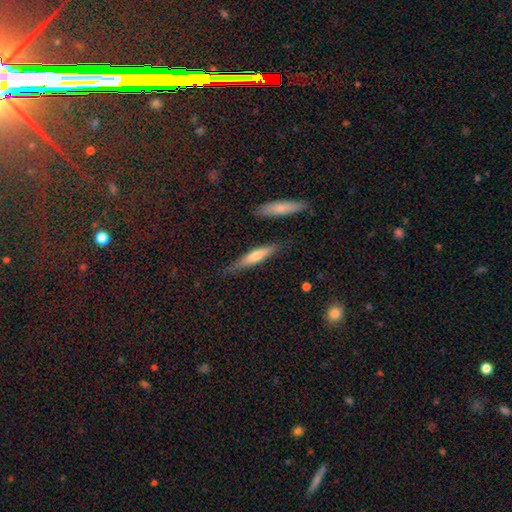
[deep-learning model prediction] smooth_or_featured: smooth (p=0.53) [alt: featured or disk p=0.40]
how_rounded: cigar-shaped (p=0.86) [alt: in between p=0.13]
merging: none (p=0.80) [alt: minor disturbance p=0.14]